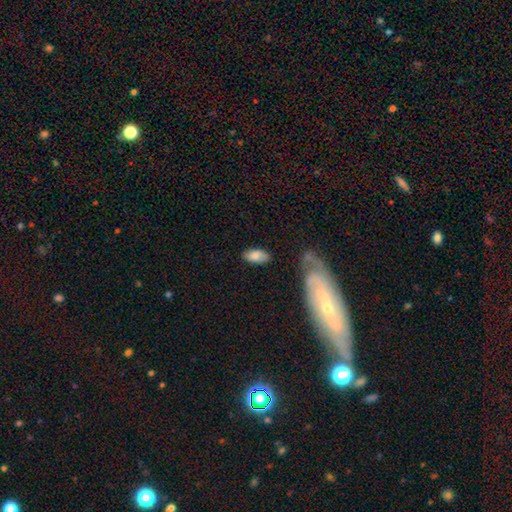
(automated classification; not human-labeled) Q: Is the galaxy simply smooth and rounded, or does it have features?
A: smooth — 81%.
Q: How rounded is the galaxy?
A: in between — 93%.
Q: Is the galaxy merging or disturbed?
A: none — 77%.